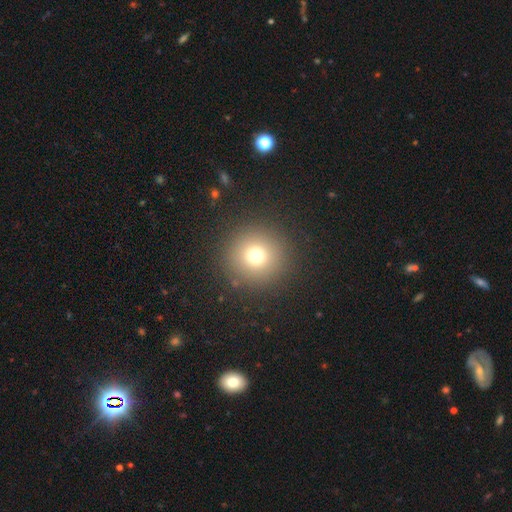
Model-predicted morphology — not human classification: Overall: smooth (72%). How rounded: round (95%). Merging: none (89%).